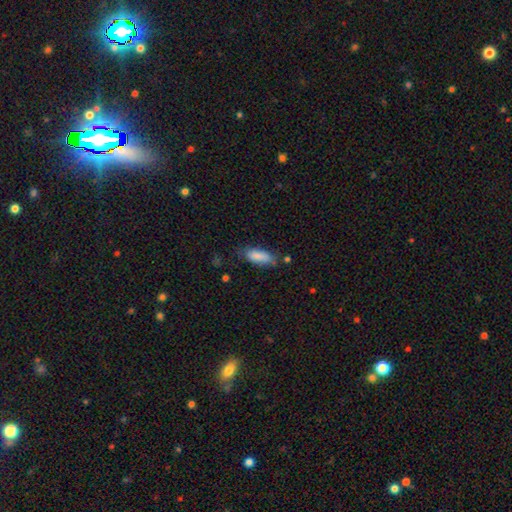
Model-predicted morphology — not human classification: This appears to be a smooth galaxy with no disk features (84%) that is in between round and cigar-shaped (70%). Merging: none (59%).